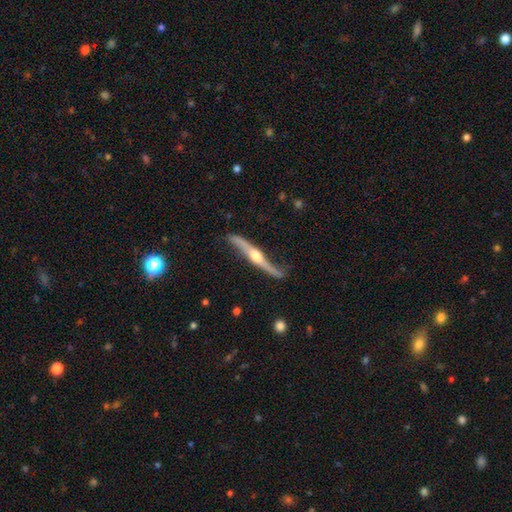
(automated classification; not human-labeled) smooth_or_featured: featured or disk (p=0.86) [alt: smooth p=0.10]
disk_edge_on: yes (p=0.81) [alt: no p=0.19]
edge_on_bulge: rounded (p=0.92) [alt: boxy p=0.04]
merging: none (p=0.71) [alt: minor disturbance p=0.20]